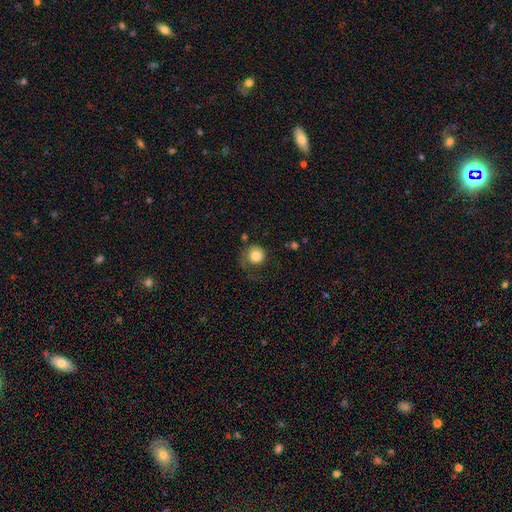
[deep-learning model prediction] Smooth or featured? smooth (82%)
How rounded? round (90%)
Merging? none (52%)